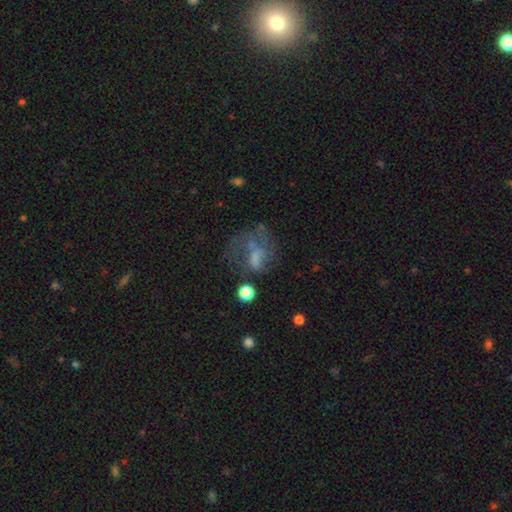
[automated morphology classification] Smooth or featured?
  - smooth: 44% *
  - featured or disk: 36%
  - star or artifact: 19%
Merging?
  - major disturbance: 47% *
  - none: 27%
  - minor disturbance: 18%
  - merger: 9%